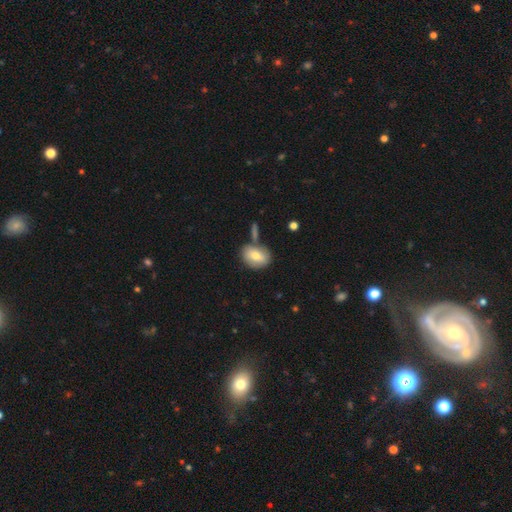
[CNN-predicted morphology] Overall: smooth (72%). How rounded: in between (69%). Merging: none (63%).